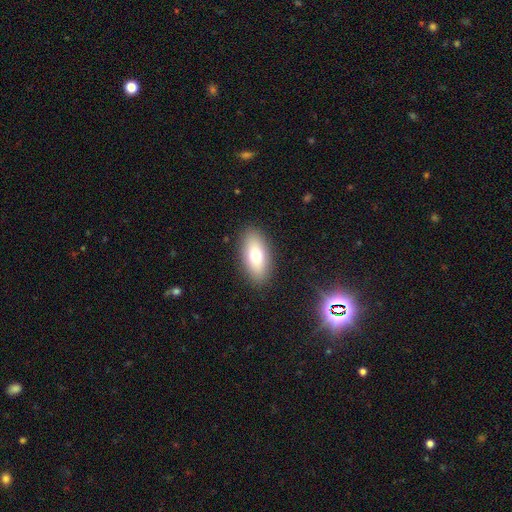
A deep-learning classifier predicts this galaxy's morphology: Overall: smooth (71%). How rounded: in between (87%). Merging: none (87%).